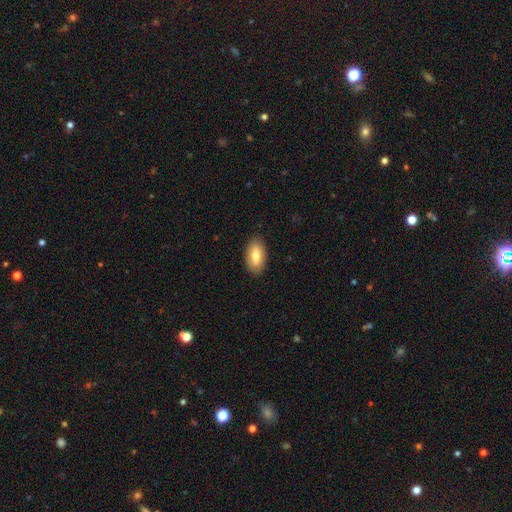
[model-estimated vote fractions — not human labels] Overall: smooth (77%). How rounded: in between (91%). Merging: none (88%).